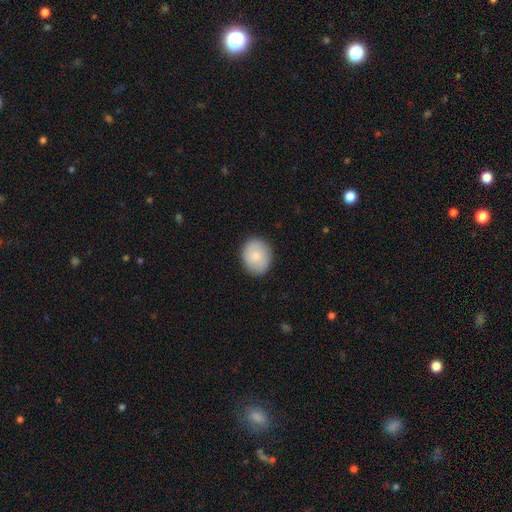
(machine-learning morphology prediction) Overall: smooth (83%). How rounded: round (64%; in between 35%). Merging: none (87%).